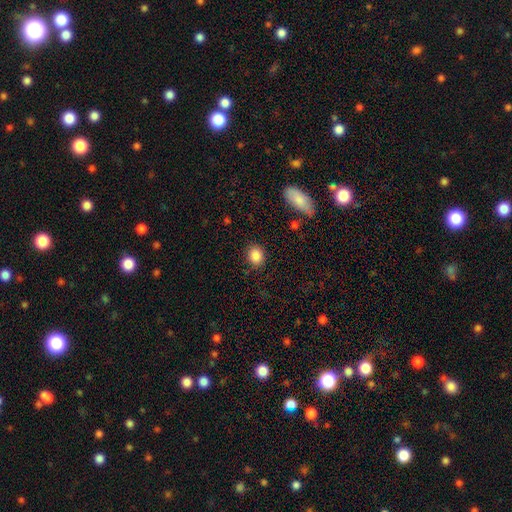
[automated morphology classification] A smooth galaxy with no disk features (87%) that is round (66%). Merging: none (86%).